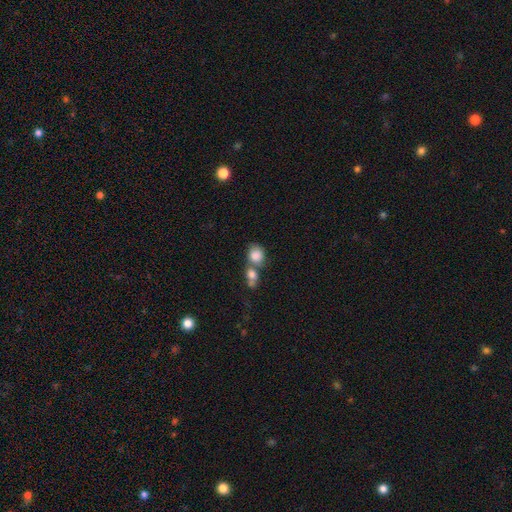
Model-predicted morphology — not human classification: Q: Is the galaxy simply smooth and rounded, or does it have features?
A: smooth — 81%.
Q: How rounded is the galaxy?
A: round — 61%.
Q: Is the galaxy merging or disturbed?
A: merger — 61%.